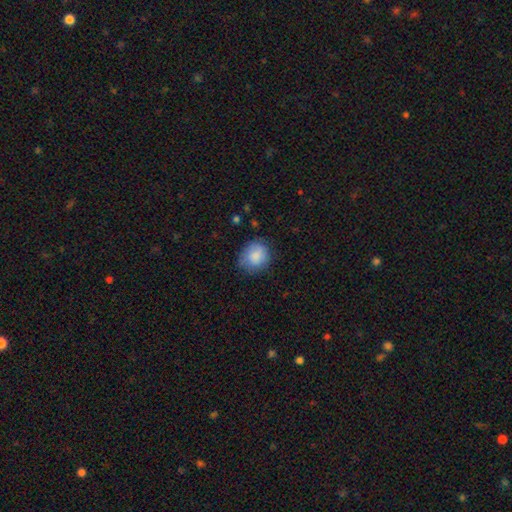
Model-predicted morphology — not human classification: Smooth or featured? Predicted: smooth (p=0.85). How rounded? Predicted: round (p=0.78). Merging? Predicted: none (p=0.72).